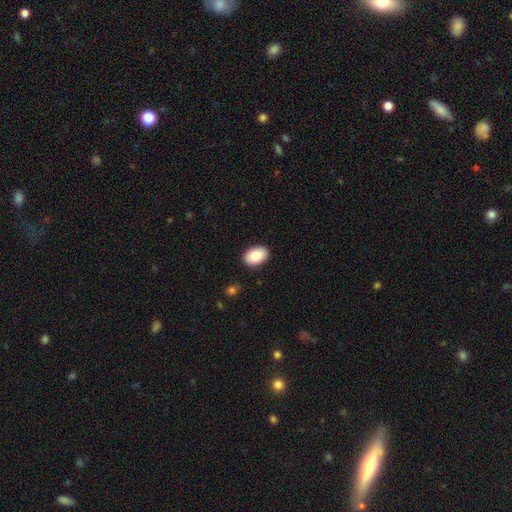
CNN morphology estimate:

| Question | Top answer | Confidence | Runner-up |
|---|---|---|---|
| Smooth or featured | smooth | 85% | featured or disk (8%) |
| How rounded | in between | 84% | round (15%) |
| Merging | none | 90% | minor disturbance (7%) |